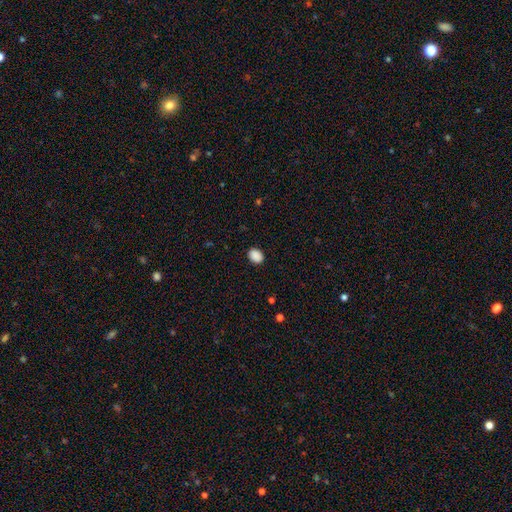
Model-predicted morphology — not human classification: smooth-or-featured: smooth: 89% | star or artifact: 8% | featured or disk: 3%
  how-rounded: in between: 66% | round: 33% | cigar-shaped: 1%
  merging: none: 88% | minor disturbance: 8% | major disturbance: 2% | merger: 1%